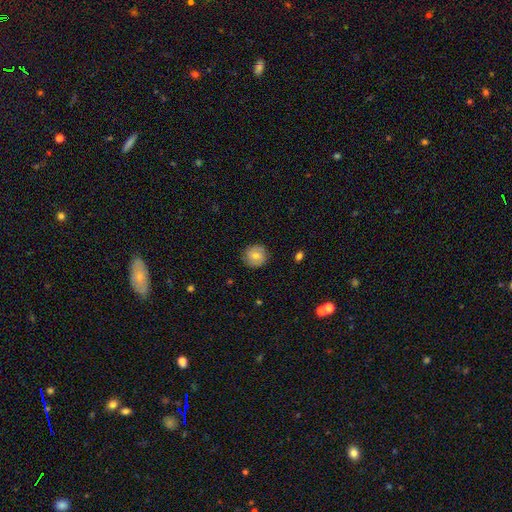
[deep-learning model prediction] Smooth or featured?
  - smooth: 65% *
  - featured or disk: 27%
  - star or artifact: 8%
How rounded?
  - round: 91% *
  - in between: 8%
  - cigar-shaped: 1%
Merging?
  - none: 85% *
  - minor disturbance: 11%
  - major disturbance: 3%
  - merger: 1%